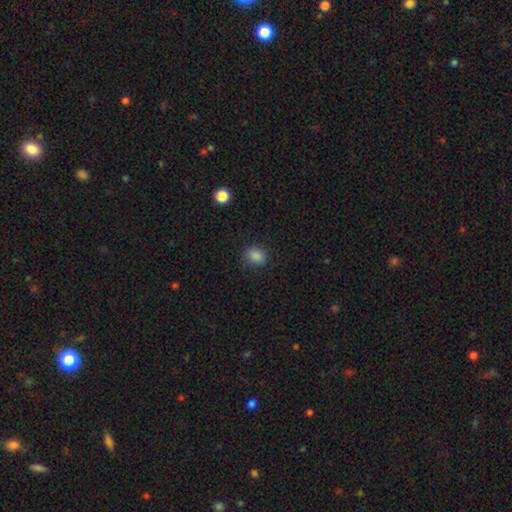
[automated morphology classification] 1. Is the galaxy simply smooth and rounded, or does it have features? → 84% smooth, 12% star or artifact, 4% featured or disk.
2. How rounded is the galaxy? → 60% in between, 39% round, 1% cigar-shaped.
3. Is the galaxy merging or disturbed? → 77% none, 17% minor disturbance, 4% major disturbance, 1% merger.